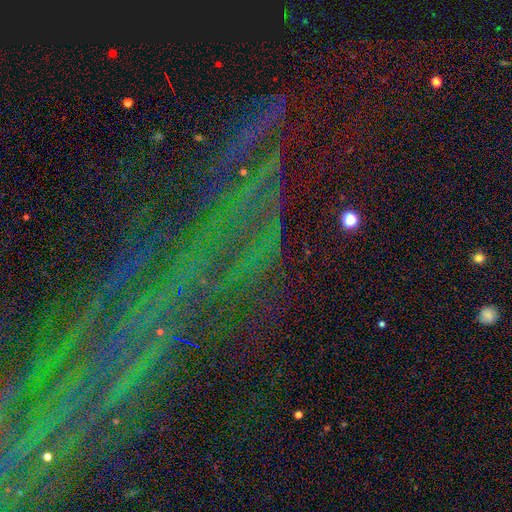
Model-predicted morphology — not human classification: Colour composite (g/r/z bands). It shows a star or artifact, not a galaxy (80%).